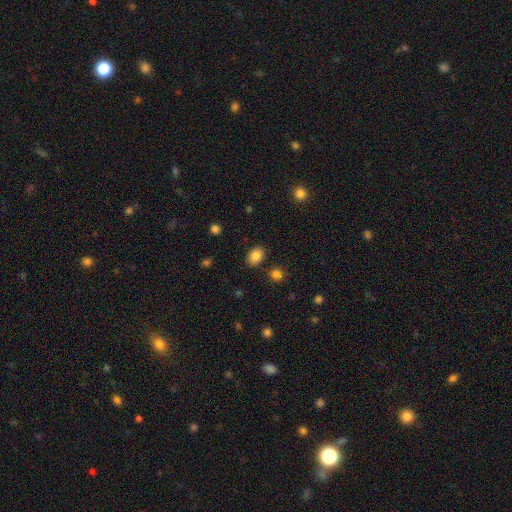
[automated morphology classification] Q: Smooth or featured?
A: smooth (85%); runner-up: star or artifact (9%)
Q: How rounded?
A: in between (71%); runner-up: round (28%)
Q: Merging?
A: none (84%); runner-up: minor disturbance (10%)